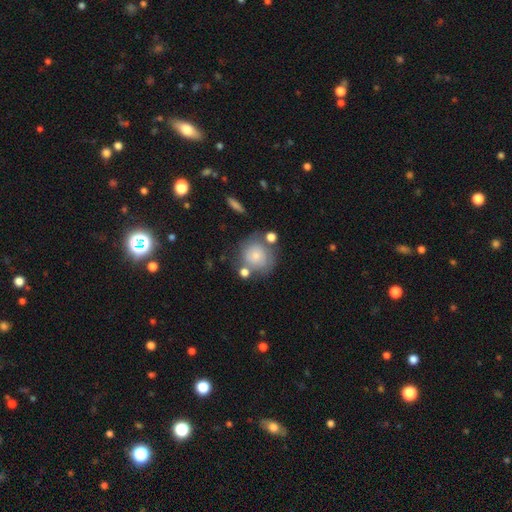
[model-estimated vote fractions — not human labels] This appears to be a smooth galaxy with no disk features (67%) that is round (86%). Merging: none (59%).